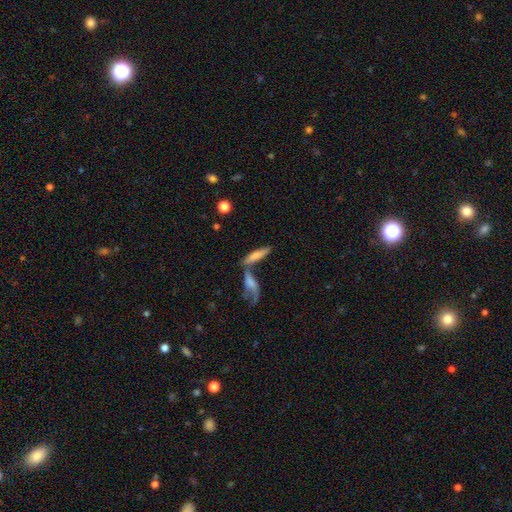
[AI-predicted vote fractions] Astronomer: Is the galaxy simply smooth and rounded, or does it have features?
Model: smooth — 66%.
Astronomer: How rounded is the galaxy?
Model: cigar-shaped — 64%.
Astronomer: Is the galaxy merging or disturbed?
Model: merger — 51% (runner-up: none, 33%).